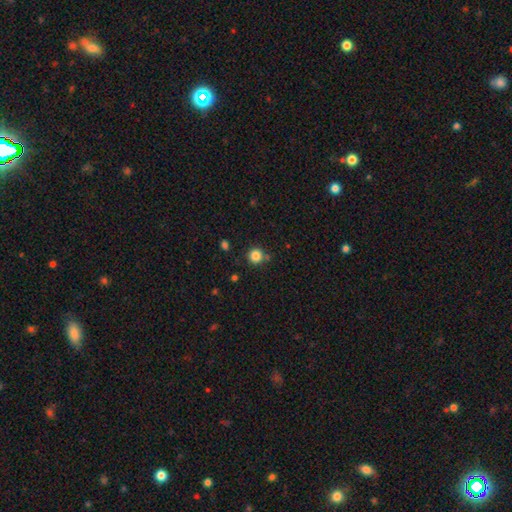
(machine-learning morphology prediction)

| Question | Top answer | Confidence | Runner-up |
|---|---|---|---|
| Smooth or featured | smooth | 84% | star or artifact (12%) |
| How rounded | round | 94% | in between (5%) |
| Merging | none | 82% | minor disturbance (9%) |